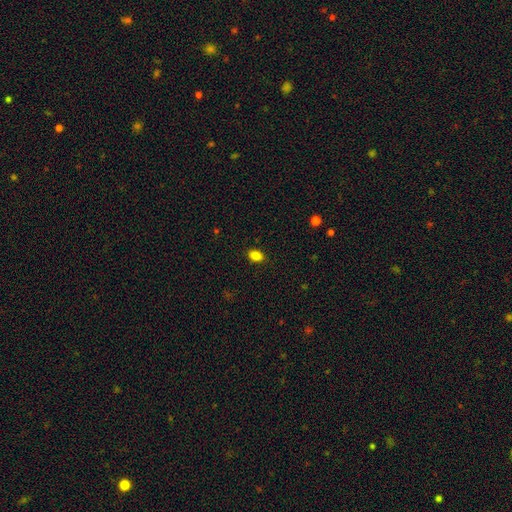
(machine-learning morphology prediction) Smooth or featured: smooth — 85% (star or artifact — 10%)
How rounded: in between — 77% (round — 22%)
Merging: none — 89% (minor disturbance — 8%)